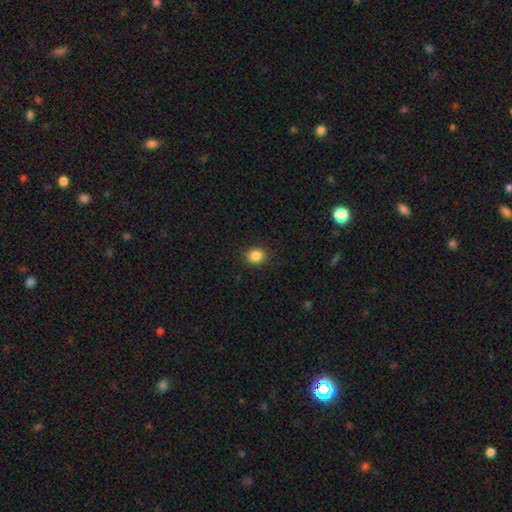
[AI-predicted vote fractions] A smooth galaxy with no disk features (86%) that is round (75%).

Vote fractions:
- Smooth or featured? smooth: 86% / star or artifact: 10% / featured or disk: 4%
- How rounded? round: 75% / in between: 24% / cigar-shaped: 1%
- Merging? none: 90% / minor disturbance: 7% / major disturbance: 2% / merger: 1%